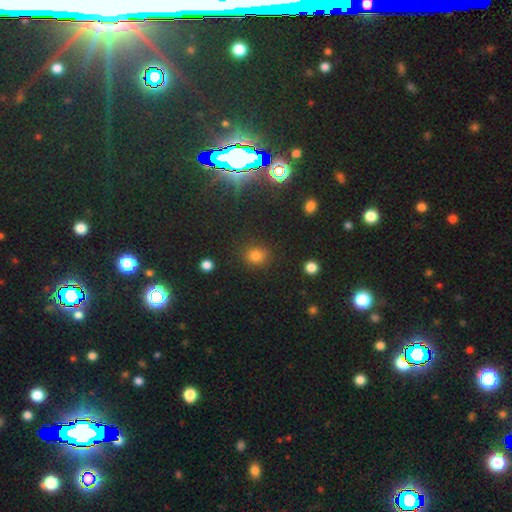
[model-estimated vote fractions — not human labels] Q: Smooth or featured?
A: smooth (77%); runner-up: star or artifact (18%)
Q: How rounded?
A: round (78%); runner-up: in between (21%)
Q: Merging?
A: none (83%); runner-up: minor disturbance (11%)